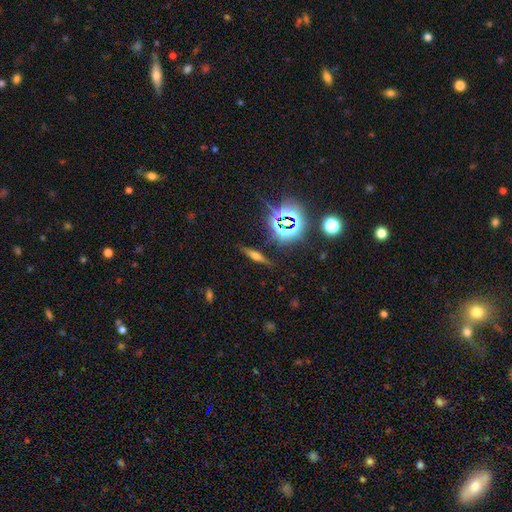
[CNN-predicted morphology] type=smooth (37%, tied with featured or disk); merging=none (84%).